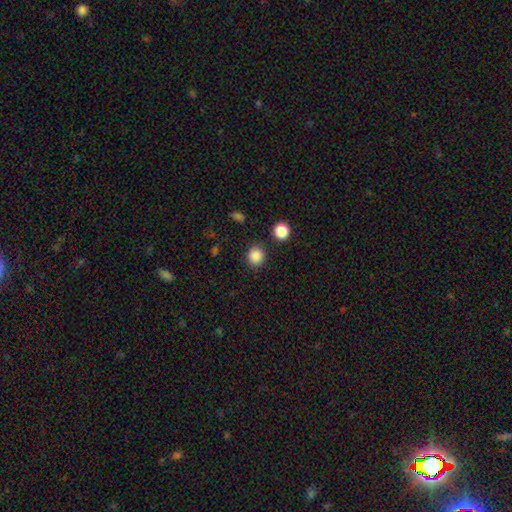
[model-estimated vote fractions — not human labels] Q: Smooth or featured?
A: smooth (86%); runner-up: star or artifact (11%)
Q: How rounded?
A: round (88%); runner-up: in between (11%)
Q: Merging?
A: none (86%); runner-up: minor disturbance (8%)